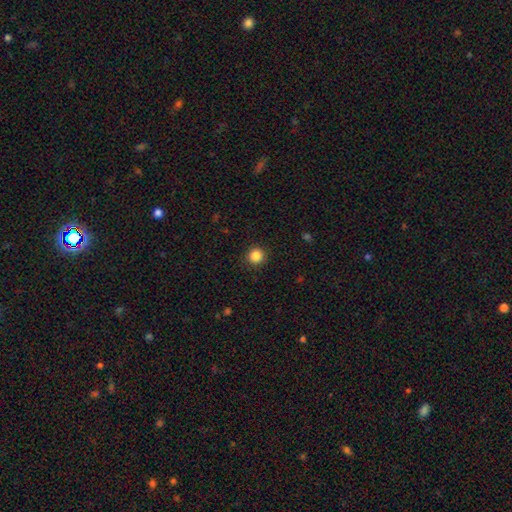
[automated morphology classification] smooth-or-featured: smooth: 86% | star or artifact: 11% | featured or disk: 3%
  how-rounded: round: 94% | in between: 5% | cigar-shaped: 1%
  merging: none: 91% | minor disturbance: 6% | major disturbance: 2% | merger: 1%